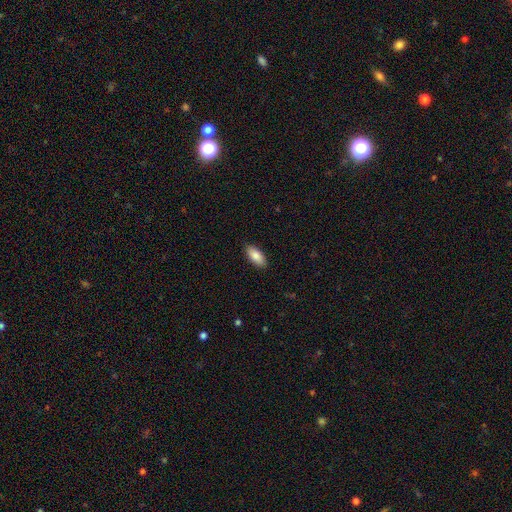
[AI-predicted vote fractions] Smooth or featured? smooth (86%)
How rounded? in between (87%)
Merging? none (89%)